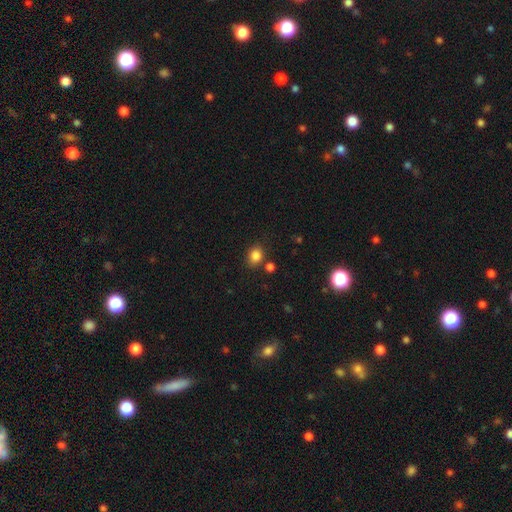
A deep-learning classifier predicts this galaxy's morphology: Smooth or featured? Predicted: smooth (p=0.84). How rounded? Predicted: round (p=0.55). Merging? Predicted: none (p=0.76).